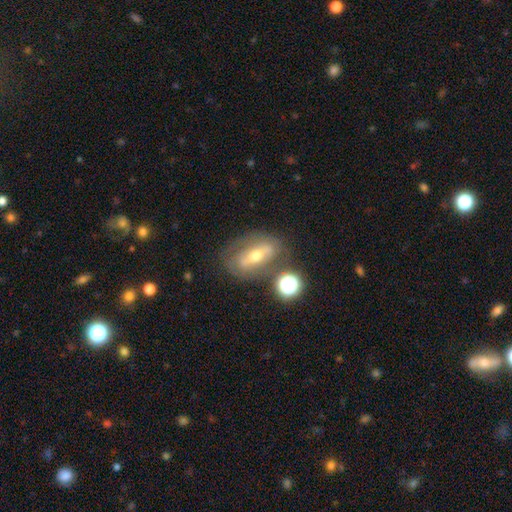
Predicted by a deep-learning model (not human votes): The model was most divided on "smooth or featured": featured or disk: 61%, smooth: 29%, star or artifact: 11%. More confident: edge-on disk — no (80%); merging — none (66%).